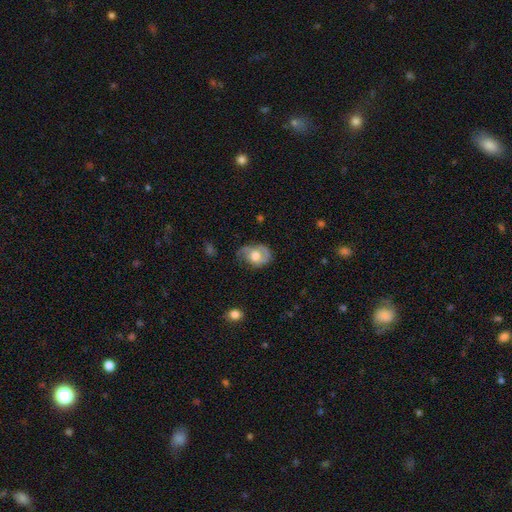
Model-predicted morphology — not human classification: smooth_or_featured: featured or disk (p=0.57) [alt: smooth p=0.36]
disk_edge_on: no (p=0.96) [alt: yes p=0.04]
bar: no (p=0.76) [alt: weak p=0.21]
has_spiral_arms: yes (p=0.78) [alt: no p=0.22]
bulge_size: moderate (p=0.57) [alt: large p=0.31]
merging: none (p=0.51) [alt: minor disturbance p=0.30]